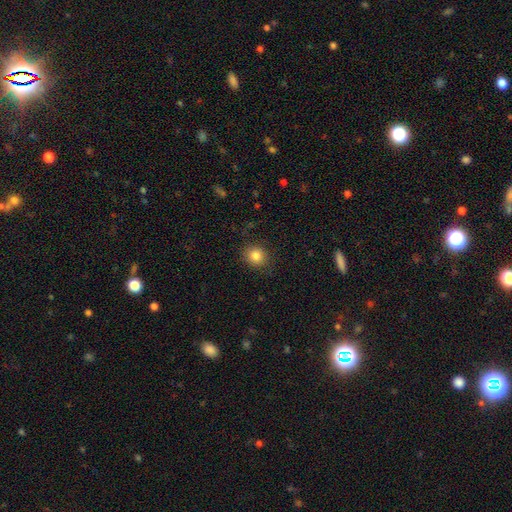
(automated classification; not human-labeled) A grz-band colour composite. It shows a smooth galaxy with no disk features (84%) that is round (80%). Merging: none (87%).